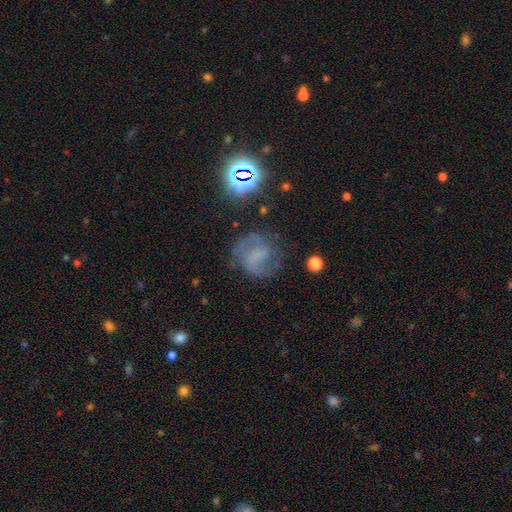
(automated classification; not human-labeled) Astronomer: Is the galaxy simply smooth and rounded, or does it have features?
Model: featured or disk — 61%.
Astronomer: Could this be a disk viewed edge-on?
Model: no — 97%.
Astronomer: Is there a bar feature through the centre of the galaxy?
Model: weak — 40% (runner-up: no, 36%).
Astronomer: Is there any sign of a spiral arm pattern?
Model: yes — 84%.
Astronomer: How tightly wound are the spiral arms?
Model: medium — 47% (runner-up: tight, 27%).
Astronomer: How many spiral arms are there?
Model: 2 — 74%.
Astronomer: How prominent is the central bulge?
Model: none — 61%.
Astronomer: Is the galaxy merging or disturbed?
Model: none — 64%.